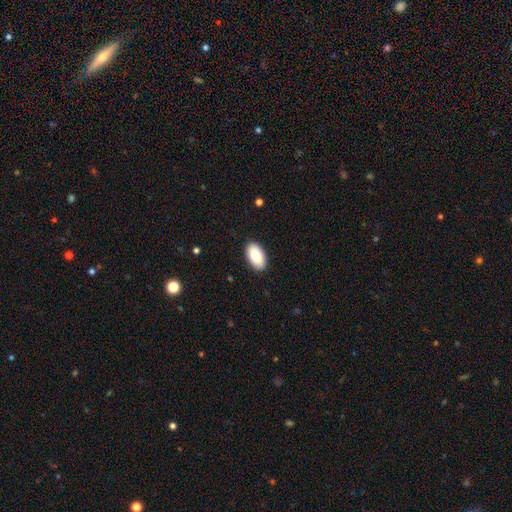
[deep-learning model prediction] smooth 89%, star or artifact 6%, featured or disk 5%. Down the decision tree: how rounded — in between (96%); merging — none (90%).